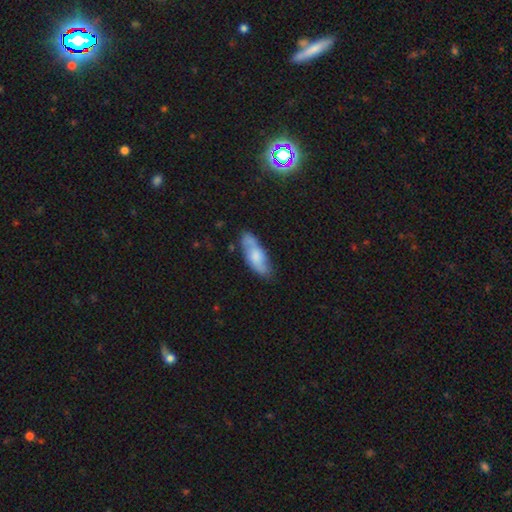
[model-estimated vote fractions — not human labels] Smooth or featured? smooth (62%)
How rounded? in between (68%)
Merging? none (68%)